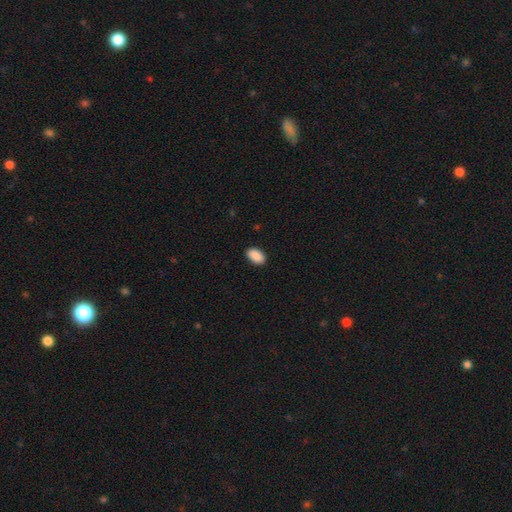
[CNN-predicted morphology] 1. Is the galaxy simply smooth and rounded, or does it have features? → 91% smooth, 7% star or artifact, 2% featured or disk.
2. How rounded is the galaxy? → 92% in between, 7% round, 1% cigar-shaped.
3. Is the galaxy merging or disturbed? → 89% none, 8% minor disturbance, 2% major disturbance, 1% merger.